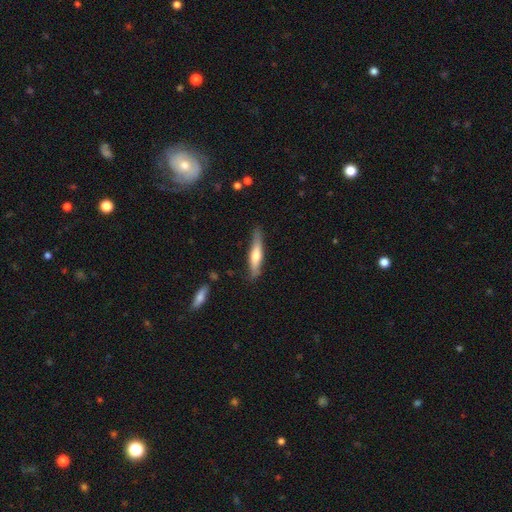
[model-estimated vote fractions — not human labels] Smooth or featured: smooth — 53% (featured or disk — 41%)
How rounded: cigar-shaped — 85% (in between — 13%)
Merging: none — 80% (minor disturbance — 15%)